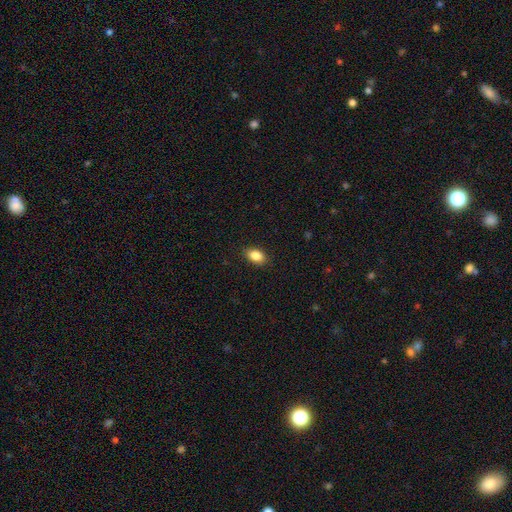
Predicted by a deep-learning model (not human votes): A smooth galaxy with no disk features (86%) that is in between round and cigar-shaped (86%).

Vote fractions:
- Smooth or featured? smooth: 86% / star or artifact: 8% / featured or disk: 6%
- How rounded? in between: 86% / round: 12% / cigar-shaped: 2%
- Merging? none: 88% / minor disturbance: 9% / major disturbance: 2% / merger: 1%